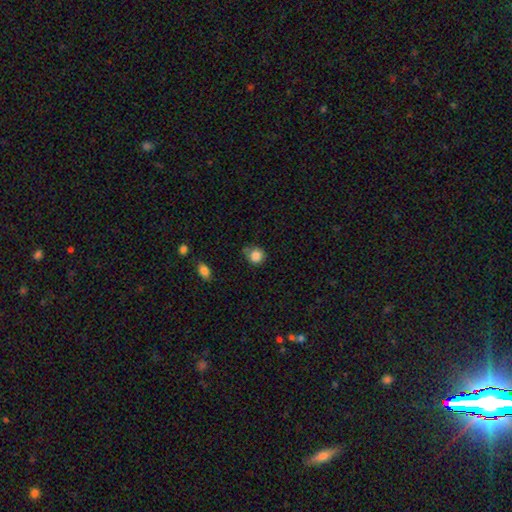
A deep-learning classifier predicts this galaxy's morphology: A smooth galaxy with no disk features (85%) that is round (83%).

Vote fractions:
- Smooth or featured? smooth: 85% / star or artifact: 10% / featured or disk: 5%
- How rounded? round: 83% / in between: 16% / cigar-shaped: 1%
- Merging? none: 63% / minor disturbance: 28% / major disturbance: 6% / merger: 4%